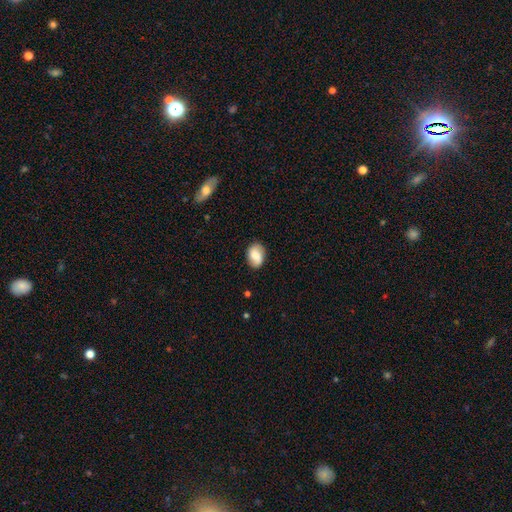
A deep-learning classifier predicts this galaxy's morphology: This appears to be a smooth galaxy with no disk features (71%) that is in between round and cigar-shaped (82%). Merging: none (79%).